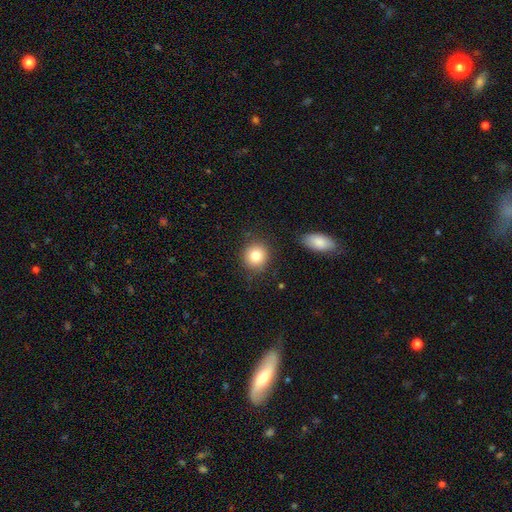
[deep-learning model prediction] Smooth or featured? Predicted: smooth (p=0.82). How rounded? Predicted: round (p=0.87). Merging? Predicted: none (p=0.85).